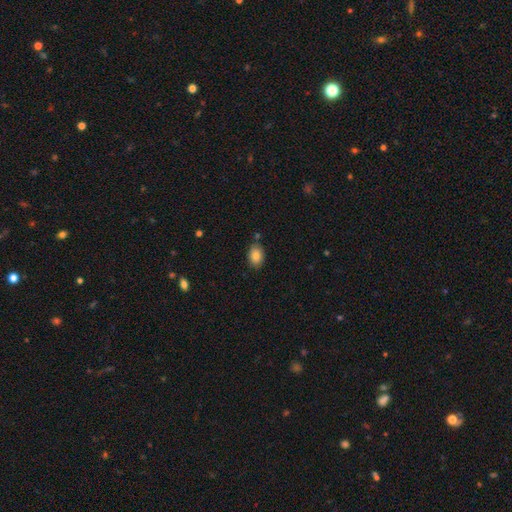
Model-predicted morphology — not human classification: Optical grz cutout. It shows a smooth galaxy with no disk features (84%) that is in between round and cigar-shaped (79%). Merging: none (80%).